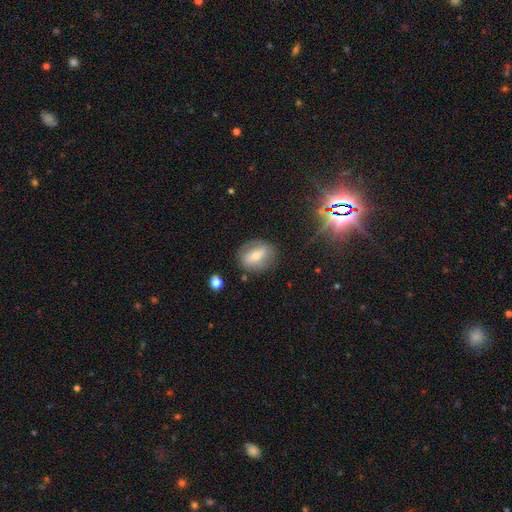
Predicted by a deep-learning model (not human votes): A smooth galaxy with no disk features (48%). Merging: none (76%).